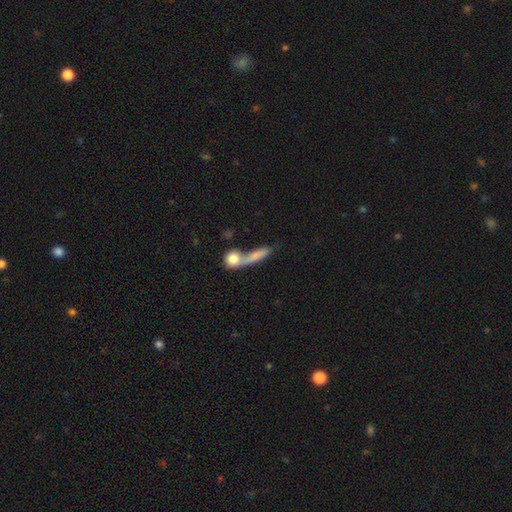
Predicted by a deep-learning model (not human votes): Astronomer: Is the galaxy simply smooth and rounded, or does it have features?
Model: smooth — 71%.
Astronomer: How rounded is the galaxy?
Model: cigar-shaped — 43% (runner-up: in between, 34%).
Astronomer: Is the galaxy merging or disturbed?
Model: merger — 49% (runner-up: none, 31%).